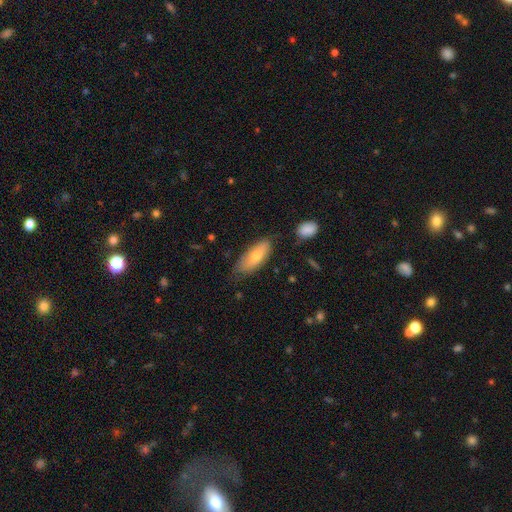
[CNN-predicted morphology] Smooth or featured?
  - smooth: 71% *
  - featured or disk: 22%
  - star or artifact: 7%
How rounded?
  - in between: 72% *
  - cigar-shaped: 25%
  - round: 2%
Merging?
  - none: 70% *
  - minor disturbance: 23%
  - major disturbance: 4%
  - merger: 3%